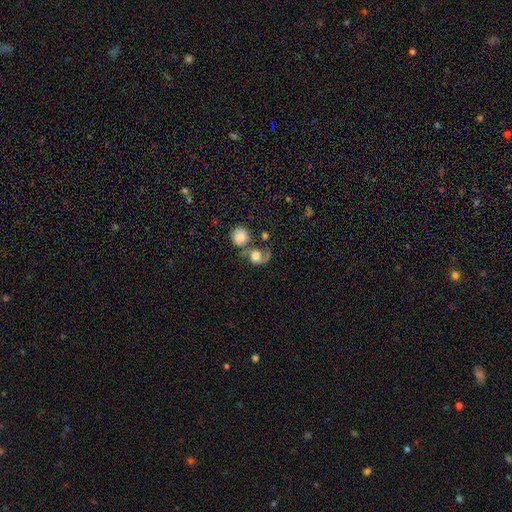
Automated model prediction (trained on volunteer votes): This is possibly a featured or disk galaxy (51%). It is clearly not viewed edge-on (97%). Merging: marginally merger (33%, tied with none).